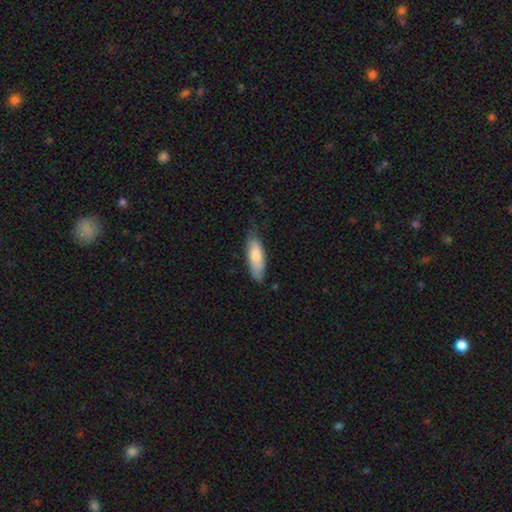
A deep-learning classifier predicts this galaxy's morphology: Overall: smooth (77%). How rounded: in between (60%; cigar-shaped 38%). Merging: none (66%; minor disturbance 28%).